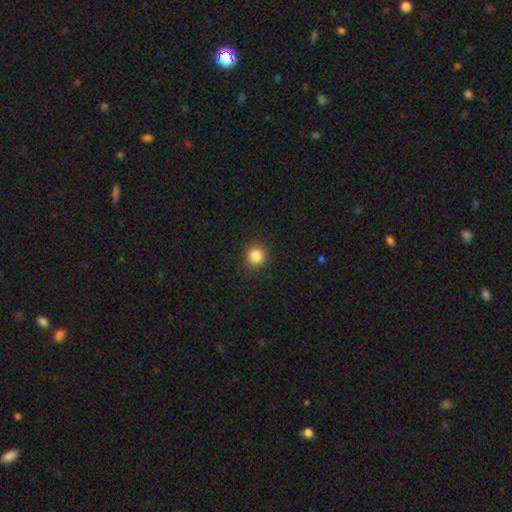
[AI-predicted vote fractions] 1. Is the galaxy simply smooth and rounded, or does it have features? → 84% smooth, 11% star or artifact, 4% featured or disk.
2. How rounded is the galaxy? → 94% round, 6% in between, 1% cigar-shaped.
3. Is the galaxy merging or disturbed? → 92% none, 5% minor disturbance, 2% major disturbance, 1% merger.